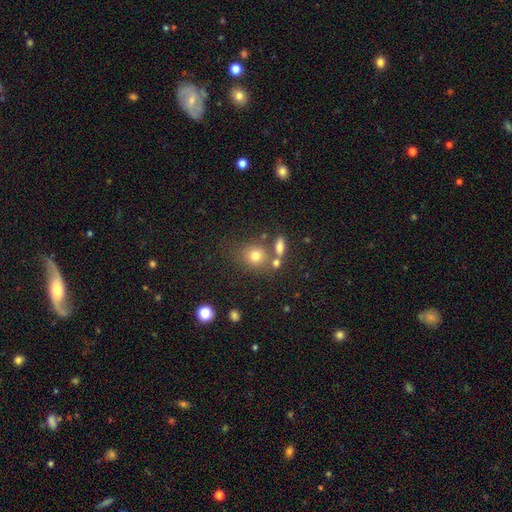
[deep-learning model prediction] smooth-or-featured: smooth: 73% | star or artifact: 15% | featured or disk: 12%
  how-rounded: round: 72% | in between: 27% | cigar-shaped: 1%
  merging: none: 61% | merger: 21% | minor disturbance: 13% | major disturbance: 6%